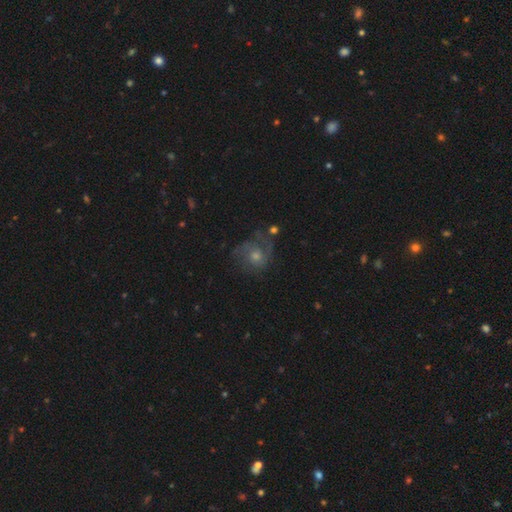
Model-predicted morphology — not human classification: The model was most divided on "bulge size": moderate: 57%, small: 30%, large: 7%, none: 4%, dominant: 2%. More confident: edge-on disk — no (97%); spiral arms — yes (84%); bar — no (79%); merging — none (59%); smooth or featured — featured or disk (59%).